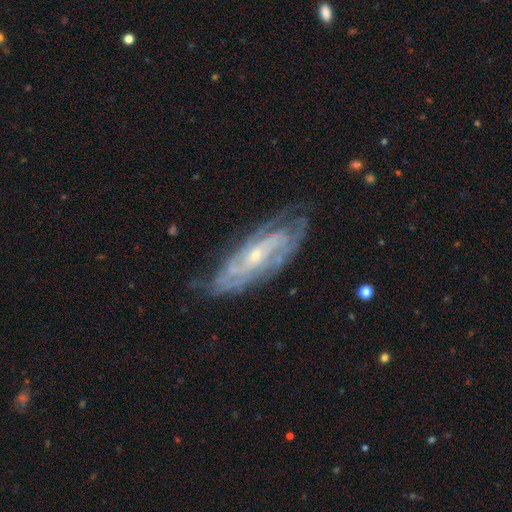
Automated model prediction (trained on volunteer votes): Smooth or featured?
  - featured or disk: 85% *
  - smooth: 9%
  - star or artifact: 6%
Edge-on disk?
  - no: 85% *
  - yes: 15%
Bar?
  - no: 55% *
  - weak: 31%
  - strong: 14%
Spiral arms?
  - yes: 94% *
  - no: 6%
Spiral winding?
  - tight: 63% *
  - medium: 30%
  - loose: 8%
Spiral arm count?
  - can't tell: 39% *
  - 2: 26%
  - 3: 15%
  - 4: 10%
  - more than 4: 5%
  - 1: 5%
Bulge size?
  - small: 74% *
  - moderate: 22%
  - none: 2%
  - large: 1%
  - dominant: 1%
Merging?
  - none: 72% *
  - minor disturbance: 20%
  - major disturbance: 6%
  - merger: 2%